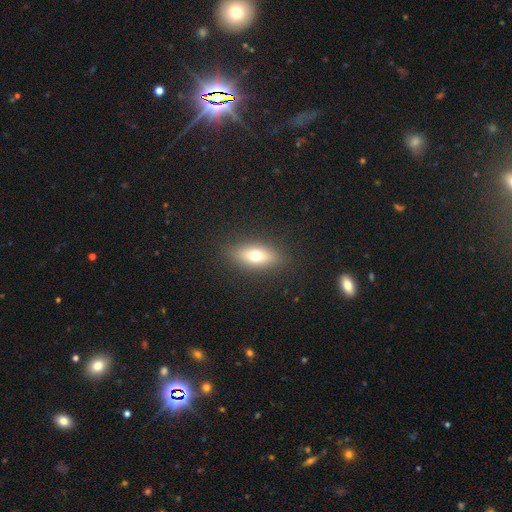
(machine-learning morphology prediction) This appears to be a smooth galaxy with no disk features (69%) that is in between round and cigar-shaped (75%). Merging: none (88%).